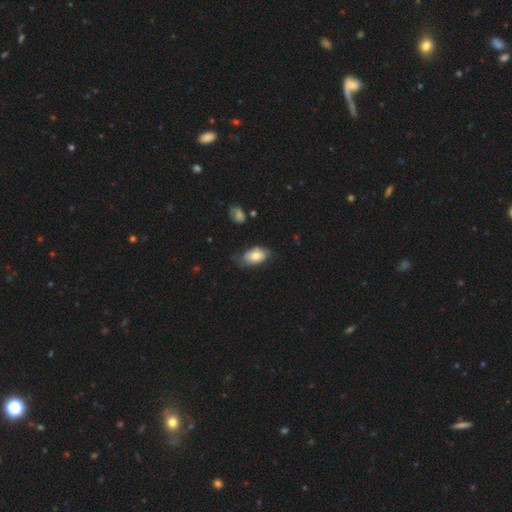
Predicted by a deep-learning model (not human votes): The model was most divided on "merging": none: 55%, minor disturbance: 33%, major disturbance: 9%, merger: 2%. More confident: how rounded — in between (91%); smooth or featured — smooth (72%).